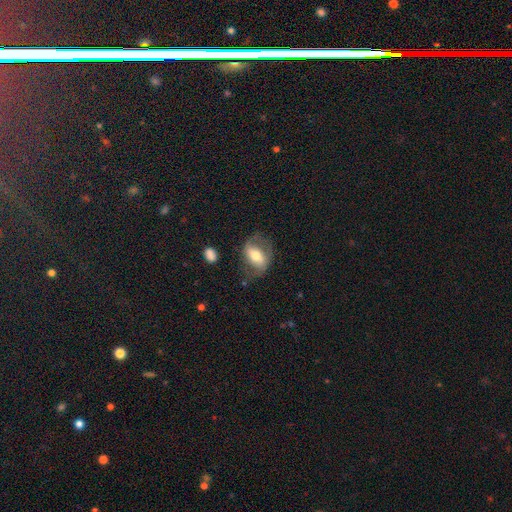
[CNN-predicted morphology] A featured or disk galaxy (57%) with a strong bar (45%), spiral arms (64%) and a moderate central bulge (67%).

Vote fractions:
- Smooth or featured? featured or disk: 57% / smooth: 36% / star or artifact: 7%
- Edge-on disk? no: 90% / yes: 10%
- Bar? strong: 45% / weak: 31% / no: 23%
- Spiral arms? yes: 64% / no: 36%
- Bulge size? moderate: 67% / small: 15% / large: 15% / dominant: 2% / none: 1%
- Merging? none: 60% / minor disturbance: 22% / major disturbance: 16% / merger: 2%